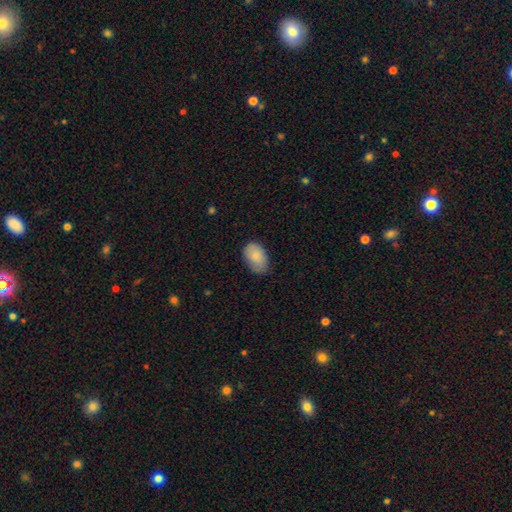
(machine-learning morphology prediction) Overall: smooth (85%). How rounded: in between (91%). Merging: none (71%).